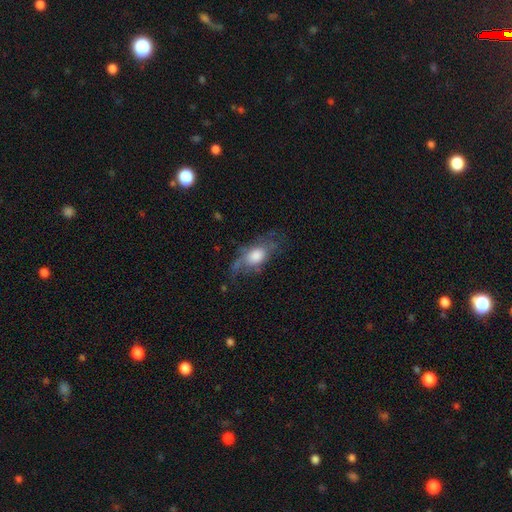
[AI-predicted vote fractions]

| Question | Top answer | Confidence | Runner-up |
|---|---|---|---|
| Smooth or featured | smooth | 46% | tied: featured or disk (46%) |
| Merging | none | 45% | major disturbance (27%) |